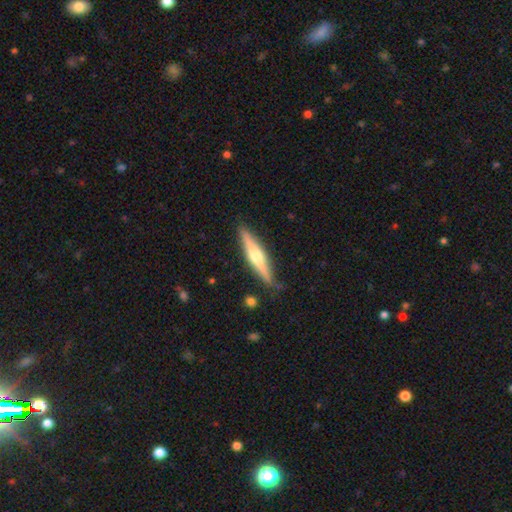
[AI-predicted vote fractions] Smooth or featured?
  - featured or disk: 66% *
  - smooth: 29%
  - star or artifact: 5%
Edge-on disk?
  - yes: 97% *
  - no: 3%
Edge-on bulge?
  - rounded: 91% *
  - boxy: 5%
  - none: 4%
Merging?
  - none: 87% *
  - minor disturbance: 9%
  - major disturbance: 2%
  - merger: 1%